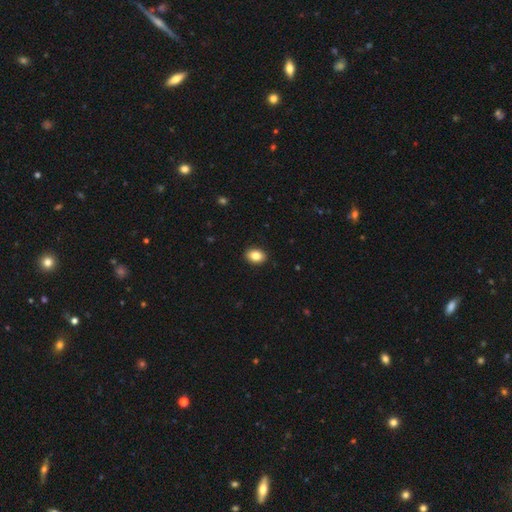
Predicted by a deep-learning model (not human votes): Smooth or featured: smooth — 84% (star or artifact — 9%)
How rounded: in between — 73% (round — 25%)
Merging: none — 91% (minor disturbance — 7%)